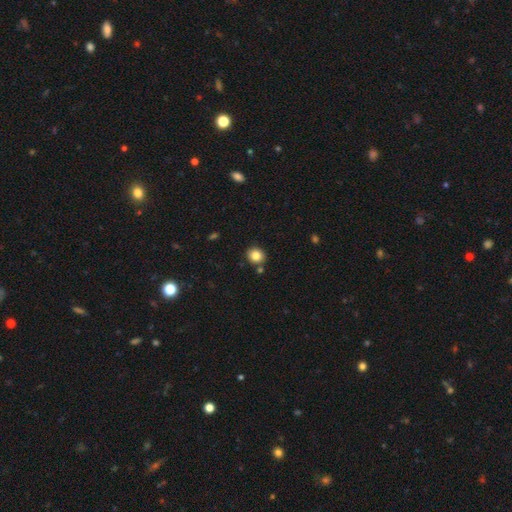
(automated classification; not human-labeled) smooth 83%, star or artifact 10%, featured or disk 7%. Down the decision tree: how rounded — round (76%); merging — none (84%).